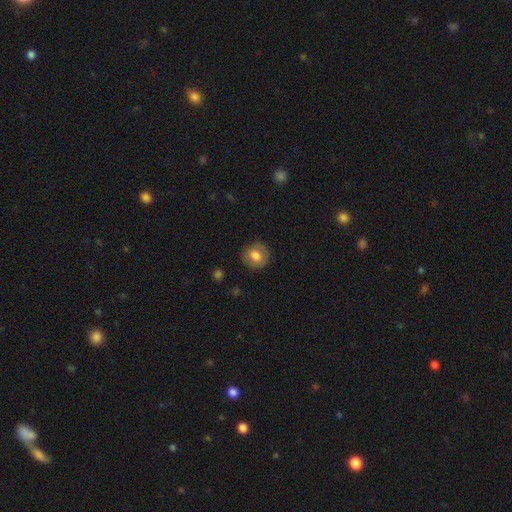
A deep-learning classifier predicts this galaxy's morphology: A smooth galaxy with no disk features (79%) that is round (87%). Merging: none (87%).